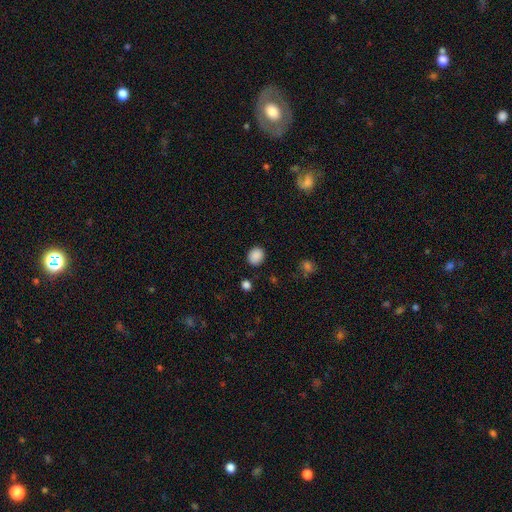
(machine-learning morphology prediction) smooth_or_featured: smooth (p=0.88) [alt: star or artifact p=0.09]
how_rounded: round (p=0.66) [alt: in between p=0.33]
merging: none (p=0.87) [alt: minor disturbance p=0.09]